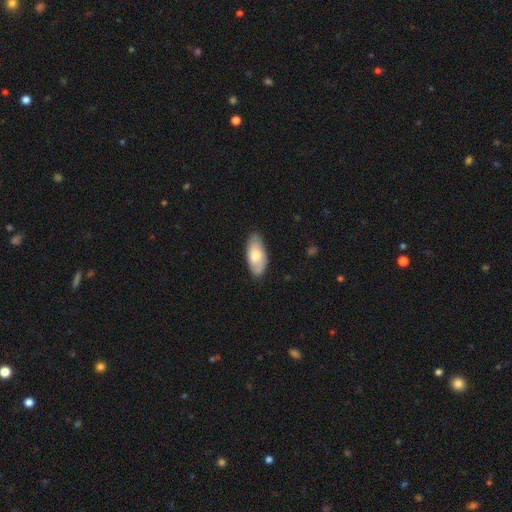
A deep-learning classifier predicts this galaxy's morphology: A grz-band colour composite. It shows a smooth galaxy with no disk features (68%) that is in between round and cigar-shaped (91%). Merging: none (81%).